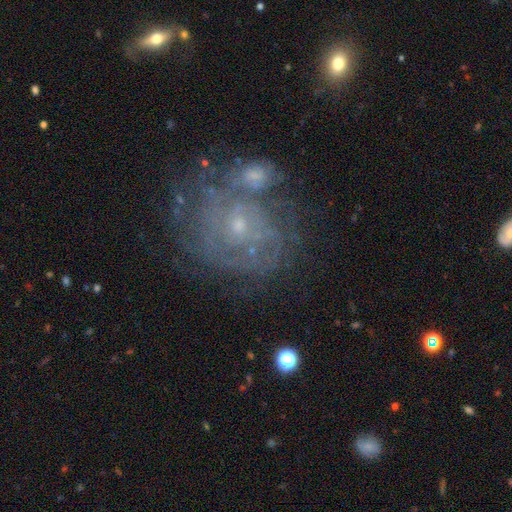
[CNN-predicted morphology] This is likely a featured or disk galaxy (78%). It is clearly not viewed edge-on (97%). Bar: likely no (75%). Spiral arm pattern: clearly yes (87%). Spiral arm count: possibly can't tell (52%). Spiral winding: likely tight (74%). Central bulge: likely small (79%). Merging: possibly none (58%).